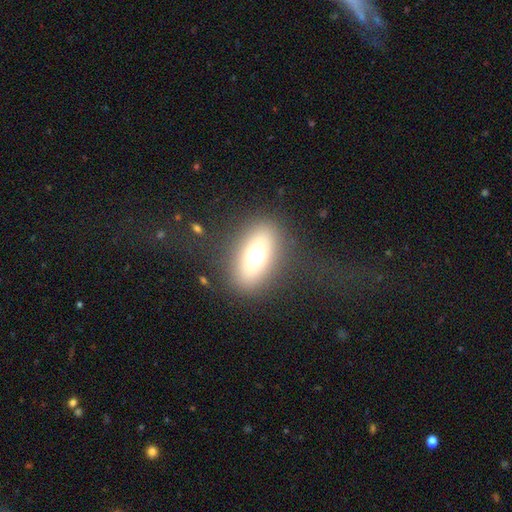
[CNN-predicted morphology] smooth 60%, featured or disk 23%, star or artifact 17%. Down the decision tree: how rounded — in between (69%); merging — none (84%).